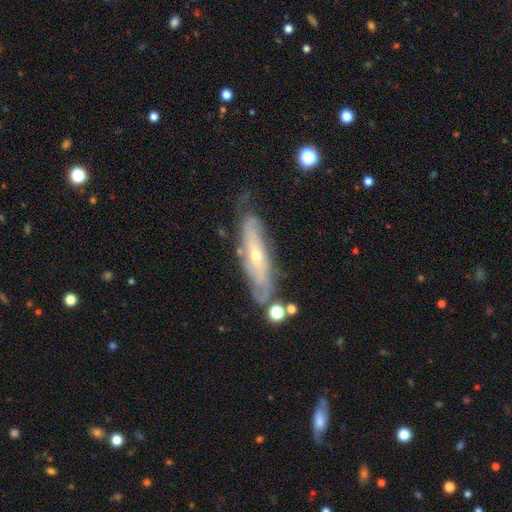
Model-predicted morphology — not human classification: The model was most divided on "spiral arm count": can't tell: 52%, 2: 29%, 3: 8%, 4: 5%, 1: 3%, more than 4: 3%. More confident: spiral arms — yes (87%); smooth or featured — featured or disk (79%); edge-on disk — no (73%); bar — no (70%); merging — none (67%); spiral winding — tight (65%); bulge size — small (64%).